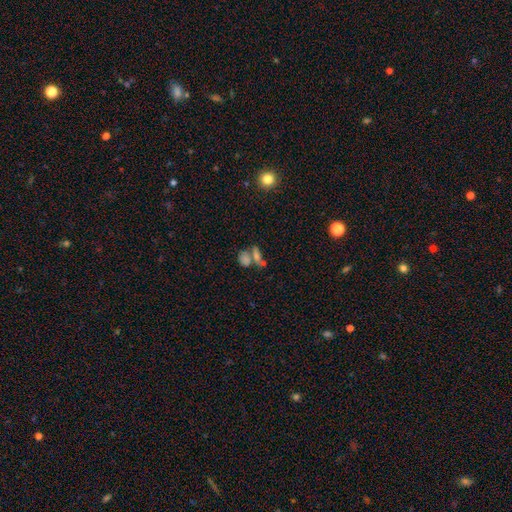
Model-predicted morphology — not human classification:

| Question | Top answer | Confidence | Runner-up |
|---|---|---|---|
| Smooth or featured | smooth | 64% | featured or disk (20%) |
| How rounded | in between | 63% | round (22%) |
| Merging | merger | 50% | none (32%) |